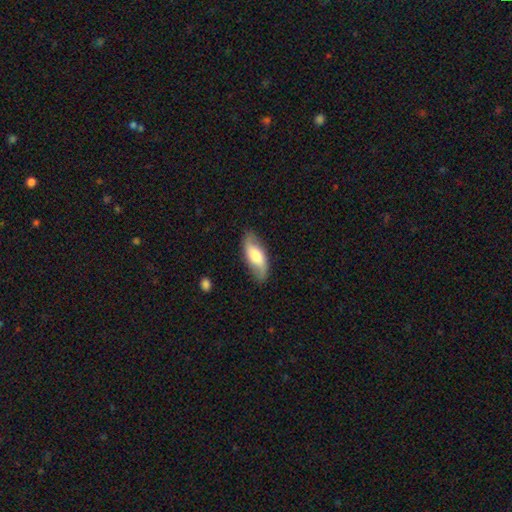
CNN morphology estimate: type=smooth (49%); merging=none (82%).